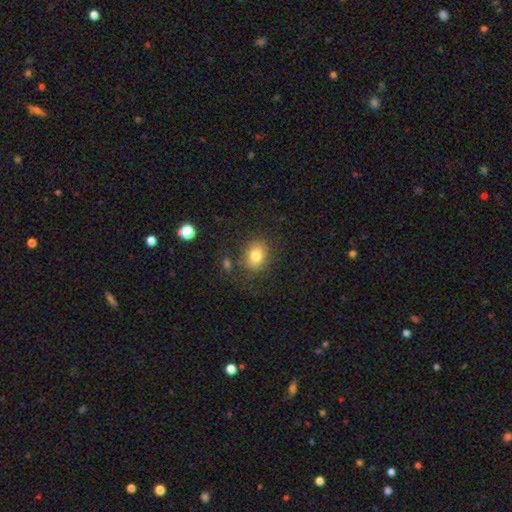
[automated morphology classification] Overall: smooth (78%). How rounded: round (54%; in between 45%). Merging: none (77%).